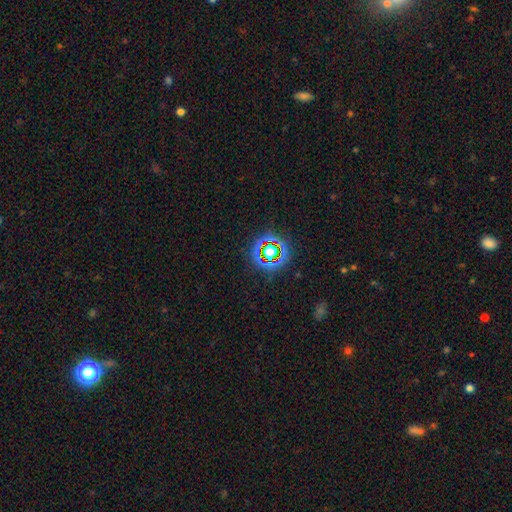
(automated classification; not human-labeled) Smooth or featured: star or artifact — 70% (smooth — 19%)